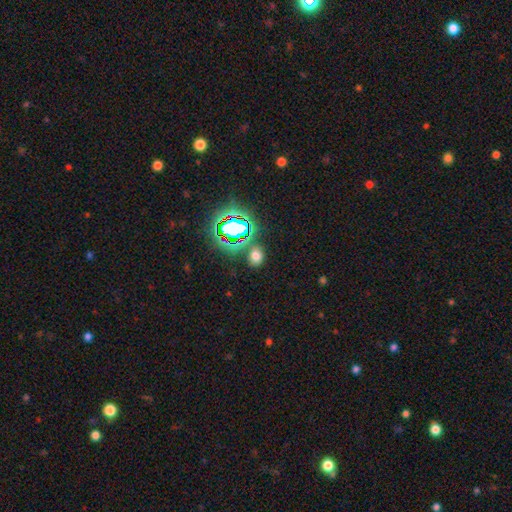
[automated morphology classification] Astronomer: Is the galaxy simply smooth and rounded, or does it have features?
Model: smooth — 62%.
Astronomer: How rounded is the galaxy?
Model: in between — 58% (runner-up: round, 41%).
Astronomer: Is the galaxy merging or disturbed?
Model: none — 80%.